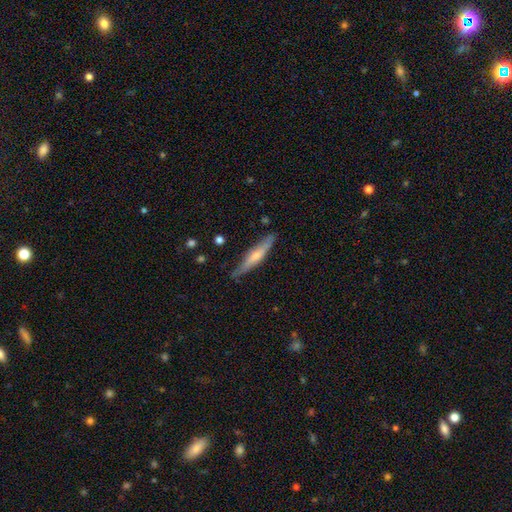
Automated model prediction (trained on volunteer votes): The model was most divided on "smooth or featured": featured or disk: 58%, smooth: 36%, star or artifact: 6%. More confident: edge-on disk — yes (92%); merging — none (84%); edge-on bulge — rounded (75%).